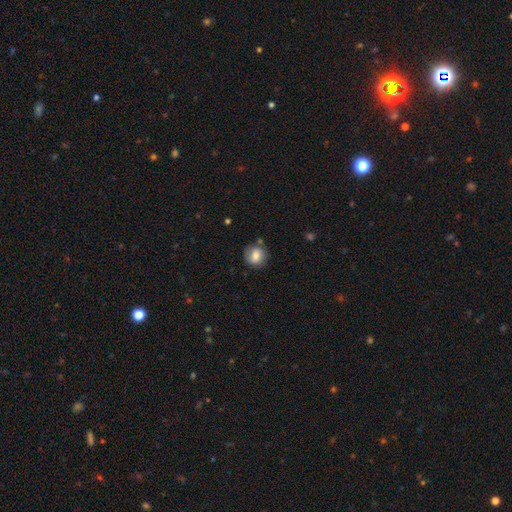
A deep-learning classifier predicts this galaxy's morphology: This appears to be a smooth galaxy with no disk features (74%) that is round (86%). Merging: none (78%).